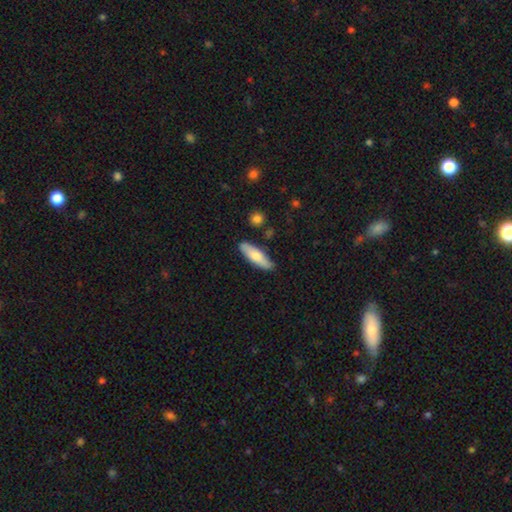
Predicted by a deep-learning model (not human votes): smooth 72%, featured or disk 22%, star or artifact 5%. Down the decision tree: how rounded — cigar-shaped (49%, tied with in between); merging — none (82%).